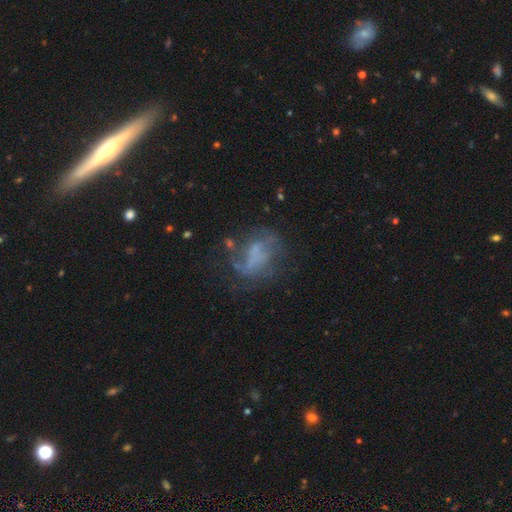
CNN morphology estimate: smooth-or-featured: featured or disk: 55% | smooth: 29% | star or artifact: 16%
  disk-edge-on: no: 97% | yes: 3%
    bar: no: 69% | weak: 22% | strong: 9%
    has-spiral-arms: no: 64% | yes: 36%
    bulge-size: none: 66% | small: 16% | moderate: 12% | large: 5% | dominant: 2%
  merging: none: 43% | major disturbance: 29% | minor disturbance: 20% | merger: 7%